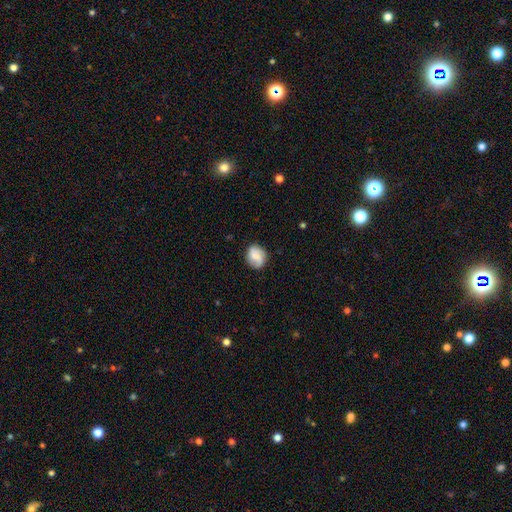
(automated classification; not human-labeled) A smooth galaxy with no disk features (55%) that is round (61%). Merging: none (80%).